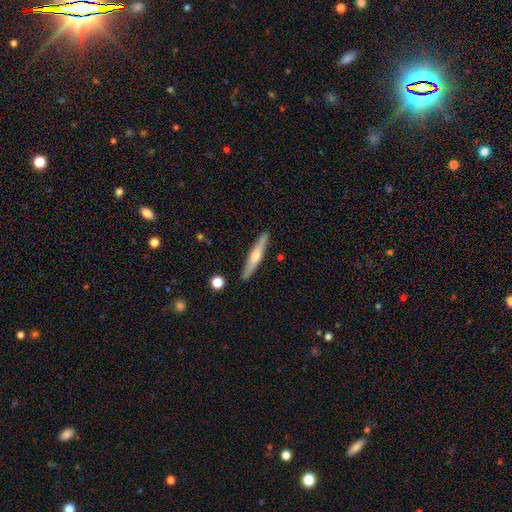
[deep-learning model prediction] The model was most divided on "smooth or featured": featured or disk: 55%, smooth: 39%, star or artifact: 6%. More confident: edge-on disk — yes (94%); merging — none (89%); edge-on bulge — rounded (84%).